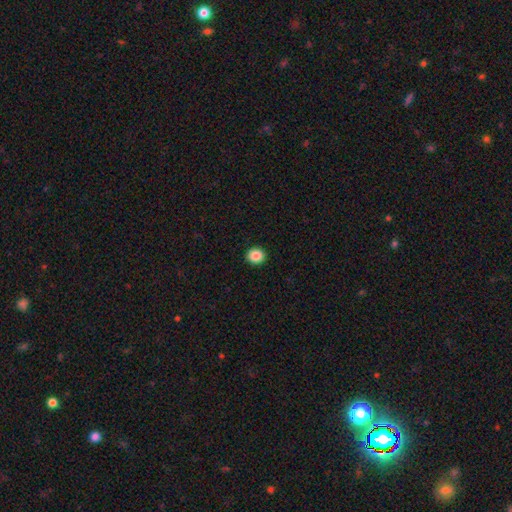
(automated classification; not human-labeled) Q: Smooth or featured?
A: smooth (88%); runner-up: star or artifact (9%)
Q: How rounded?
A: round (80%); runner-up: in between (19%)
Q: Merging?
A: none (93%); runner-up: minor disturbance (5%)